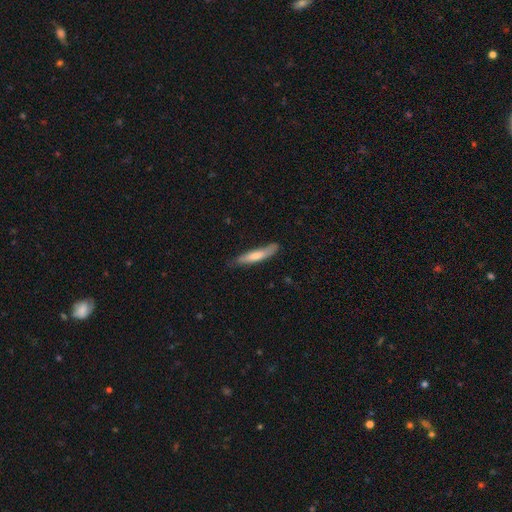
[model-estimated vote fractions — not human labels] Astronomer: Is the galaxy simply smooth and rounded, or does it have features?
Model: smooth — 64%.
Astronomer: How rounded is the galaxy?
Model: cigar-shaped — 87%.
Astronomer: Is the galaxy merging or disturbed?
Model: none — 73%.